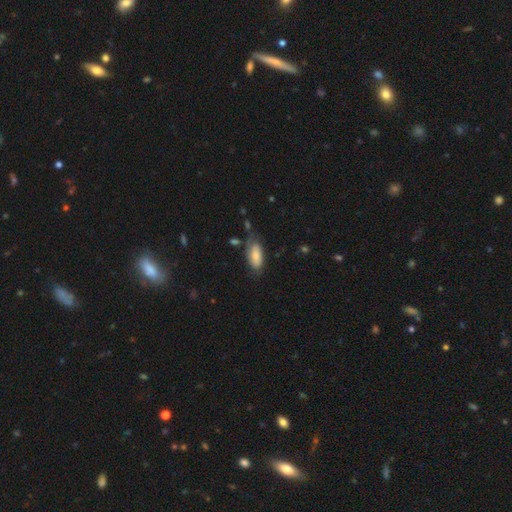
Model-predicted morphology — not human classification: smooth 70%, featured or disk 23%, star or artifact 6%. Down the decision tree: how rounded — in between (88%); merging — none (56%).